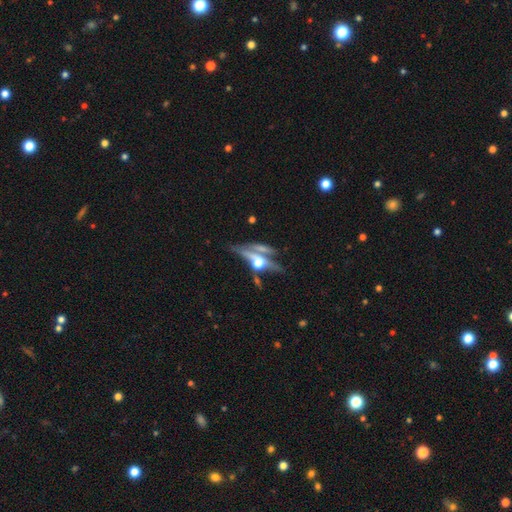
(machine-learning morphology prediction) smooth_or_featured: featured or disk (p=0.62) [alt: smooth p=0.28]
disk_edge_on: yes (p=0.74) [alt: no p=0.26]
merging: merger (p=0.39) [alt: none p=0.38]